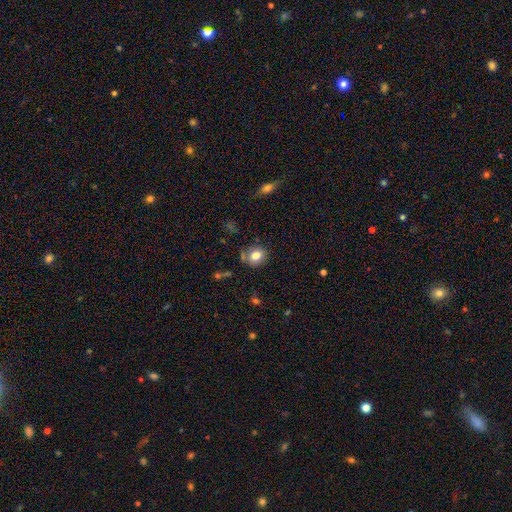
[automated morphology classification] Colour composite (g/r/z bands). It shows a smooth galaxy with no disk features (80%) that is round (73%). Merging: none (77%).